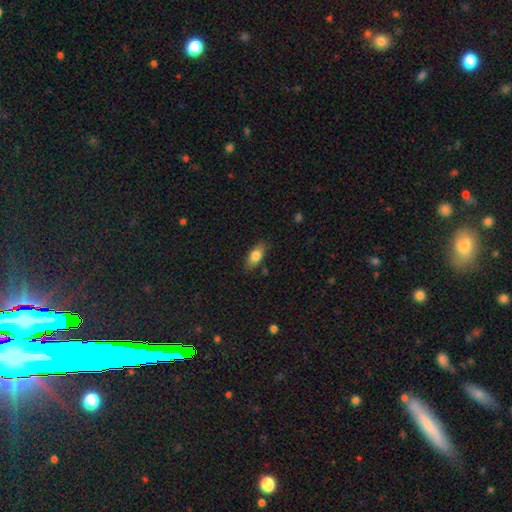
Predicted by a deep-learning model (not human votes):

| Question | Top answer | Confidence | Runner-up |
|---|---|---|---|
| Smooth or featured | smooth | 79% | featured or disk (14%) |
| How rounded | in between | 85% | cigar-shaped (10%) |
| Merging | none | 81% | minor disturbance (14%) |